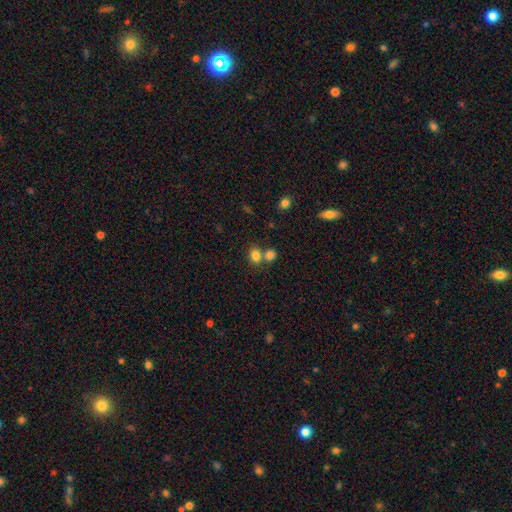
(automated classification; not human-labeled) smooth_or_featured: smooth (p=0.81) [alt: star or artifact p=0.11]
how_rounded: round (p=0.54) [alt: in between p=0.45]
merging: none (p=0.50) [alt: merger p=0.37]